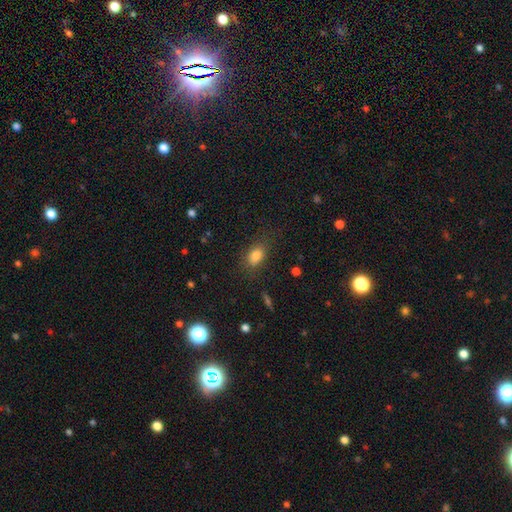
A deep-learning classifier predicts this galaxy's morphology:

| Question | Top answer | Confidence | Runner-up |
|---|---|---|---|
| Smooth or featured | smooth | 82% | star or artifact (10%) |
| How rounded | in between | 80% | round (17%) |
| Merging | none | 75% | minor disturbance (17%) |